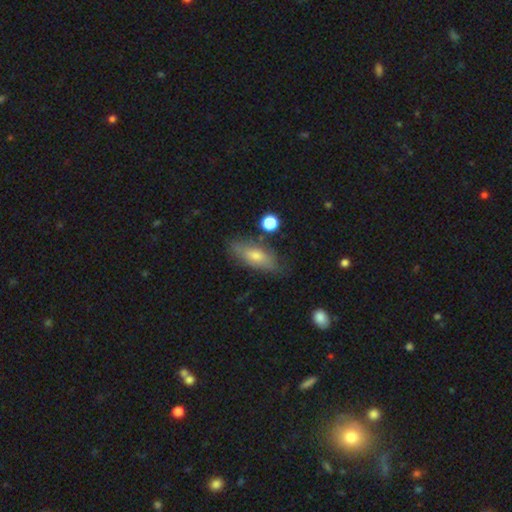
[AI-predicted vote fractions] smooth_or_featured: smooth (p=0.62) [alt: featured or disk p=0.30]
how_rounded: in between (p=0.74) [alt: cigar-shaped p=0.22]
merging: none (p=0.75) [alt: minor disturbance p=0.18]